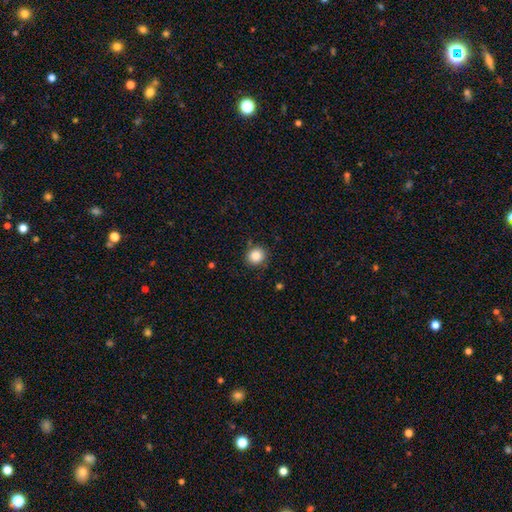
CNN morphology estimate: Smooth or featured? Predicted: smooth (p=0.85). How rounded? Predicted: round (p=0.87). Merging? Predicted: none (p=0.86).